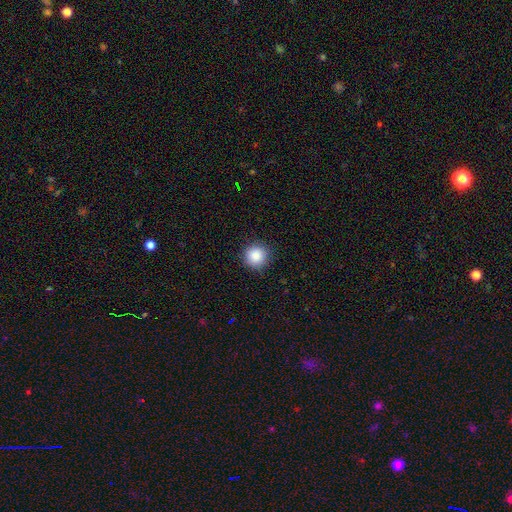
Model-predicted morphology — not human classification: type=smooth (87%); roundness=round (94%); merging=none (90%).